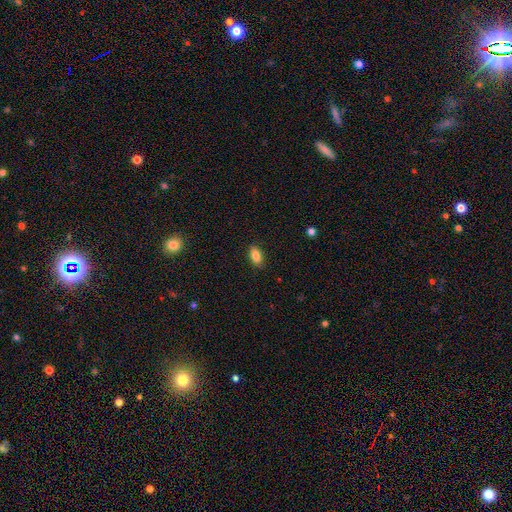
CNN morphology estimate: Smooth or featured? Predicted: smooth (p=0.84). How rounded? Predicted: in between (p=0.89). Merging? Predicted: none (p=0.88).